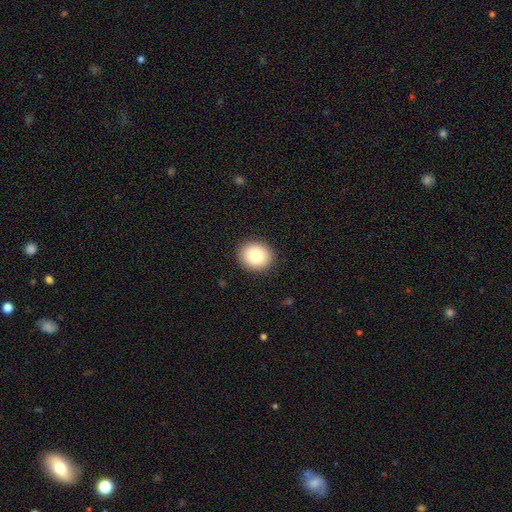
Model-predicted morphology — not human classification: smooth-or-featured: smooth: 82% | featured or disk: 9% | star or artifact: 9%
  how-rounded: round: 72% | in between: 27% | cigar-shaped: 1%
  merging: none: 91% | minor disturbance: 6% | major disturbance: 2% | merger: 1%